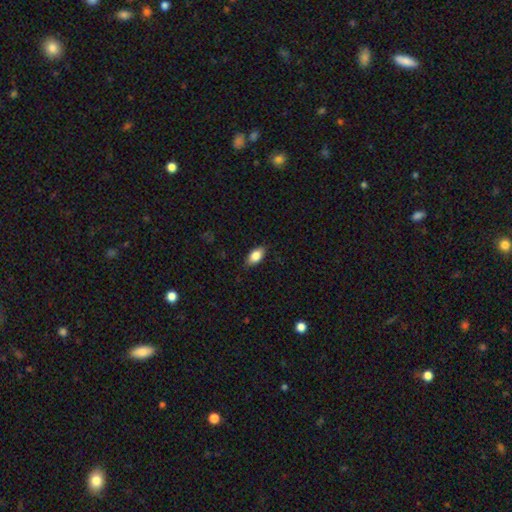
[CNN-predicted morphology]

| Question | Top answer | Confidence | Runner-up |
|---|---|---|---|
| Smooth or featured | smooth | 84% | featured or disk (9%) |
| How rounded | in between | 90% | round (5%) |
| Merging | none | 85% | minor disturbance (11%) |